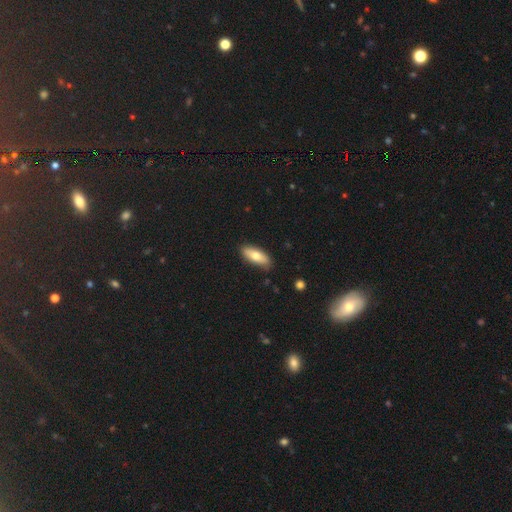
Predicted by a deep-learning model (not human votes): Morphology: type=smooth (73%); roundness=in between (75%); merging=none (84%).